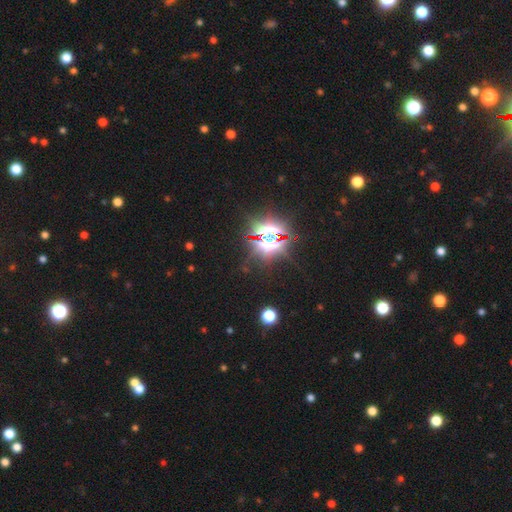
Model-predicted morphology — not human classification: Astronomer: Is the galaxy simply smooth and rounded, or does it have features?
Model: star or artifact — 85%.